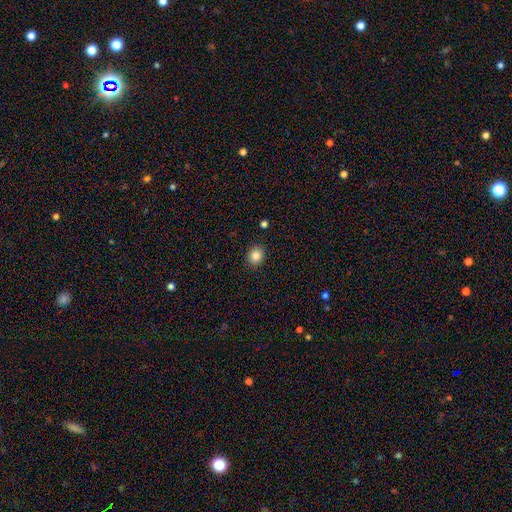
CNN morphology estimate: Smooth or featured? smooth (84%)
How rounded? round (62%)
Merging? none (90%)